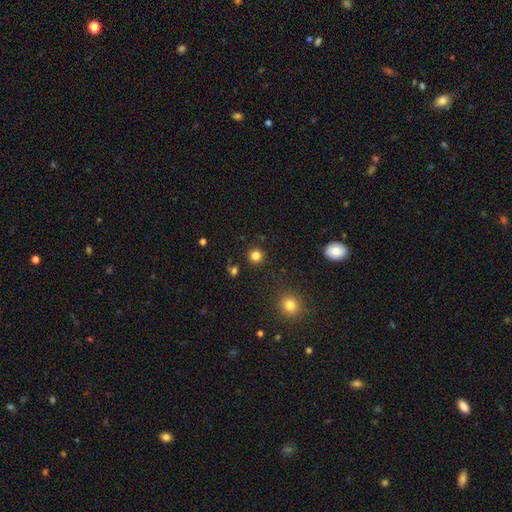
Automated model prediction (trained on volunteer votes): The model was most divided on "smooth or featured": smooth: 82%, star or artifact: 14%, featured or disk: 4%. More confident: how rounded — round (94%); merging — none (90%).